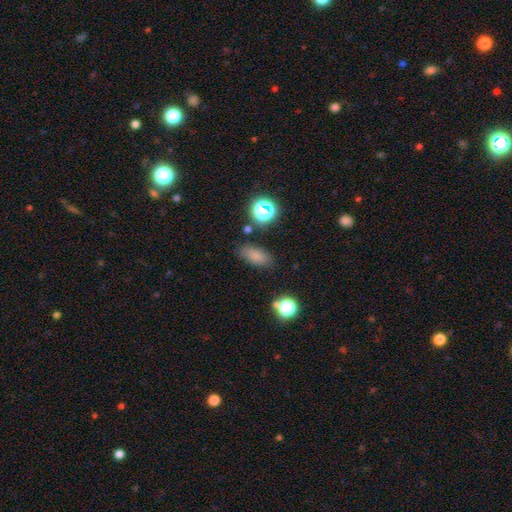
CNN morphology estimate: type=smooth (78%); roundness=in between (84%); merging=none (79%).